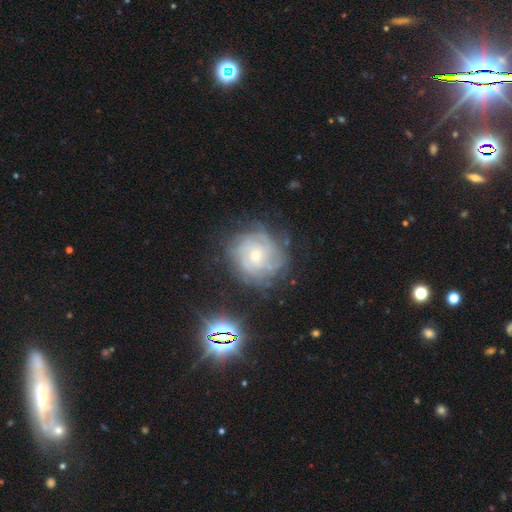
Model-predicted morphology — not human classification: Smooth or featured? Predicted: featured or disk (p=0.77). Edge-on disk? Predicted: no (p=0.97). Bar? Predicted: no (p=0.74). Spiral arms? Predicted: yes (p=0.92). Spiral winding? Predicted: tight (p=0.69). Spiral arm count? Predicted: can't tell (p=0.44). Bulge size? Predicted: small (p=0.64). Merging? Predicted: none (p=0.71).